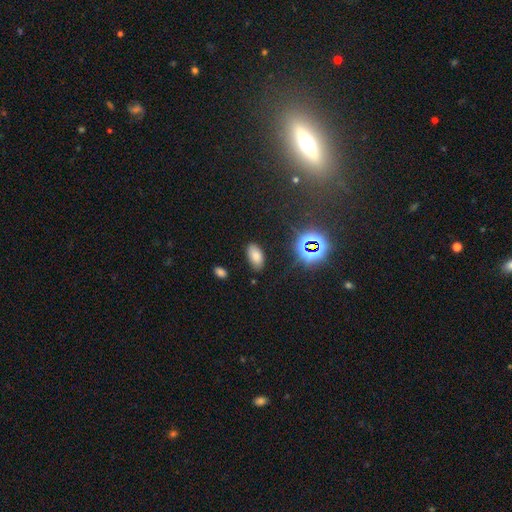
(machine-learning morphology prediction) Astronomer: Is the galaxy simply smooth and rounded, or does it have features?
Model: smooth — 73%.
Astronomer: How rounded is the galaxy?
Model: in between — 93%.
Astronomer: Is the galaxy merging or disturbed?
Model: none — 83%.